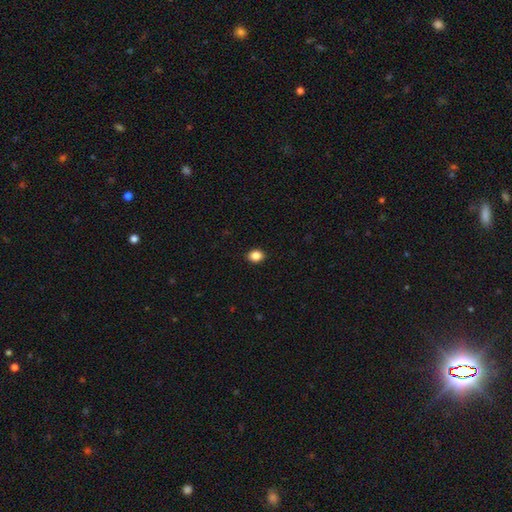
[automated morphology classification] Q: Smooth or featured?
A: smooth (86%); runner-up: star or artifact (10%)
Q: How rounded?
A: round (54%); runner-up: in between (45%)
Q: Merging?
A: none (92%); runner-up: minor disturbance (6%)